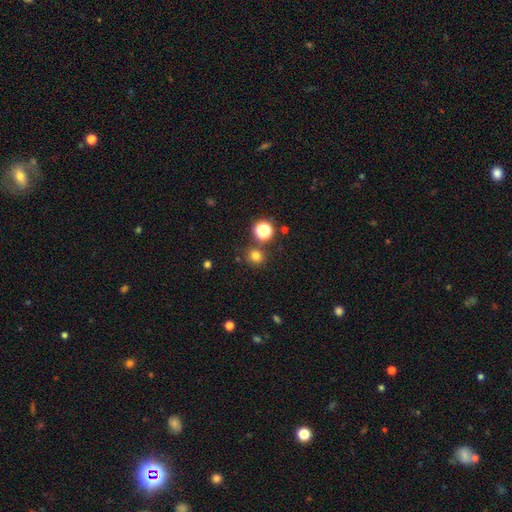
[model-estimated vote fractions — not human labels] Overall: smooth (75%). How rounded: round (88%). Merging: none (81%).